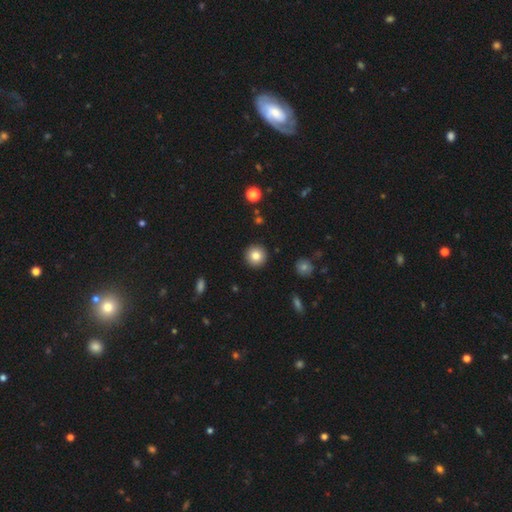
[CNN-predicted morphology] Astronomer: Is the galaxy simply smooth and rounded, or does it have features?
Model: smooth — 82%.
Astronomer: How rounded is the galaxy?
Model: round — 95%.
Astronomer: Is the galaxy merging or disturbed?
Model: none — 92%.